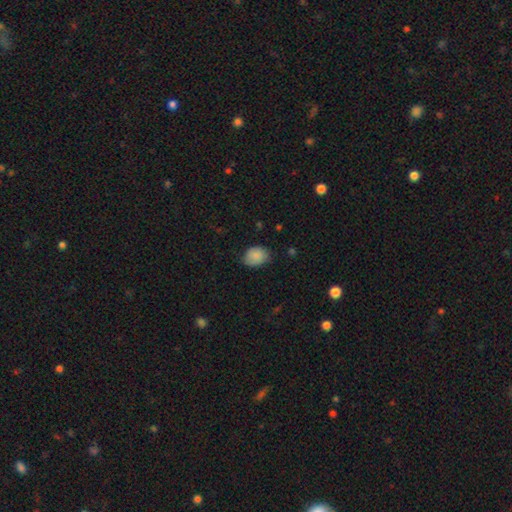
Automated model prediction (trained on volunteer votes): A smooth galaxy with no disk features (85%) that is in between round and cigar-shaped (65%). Merging: none (68%).